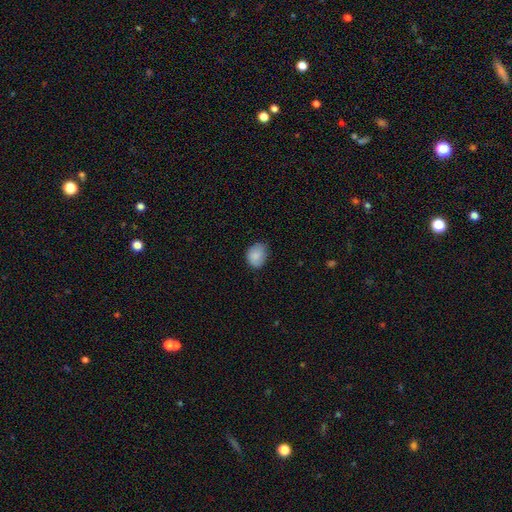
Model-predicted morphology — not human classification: The model was most divided on "how rounded": in between: 54%, round: 45%, cigar-shaped: 1%. More confident: smooth or featured — smooth (86%); merging — none (70%).